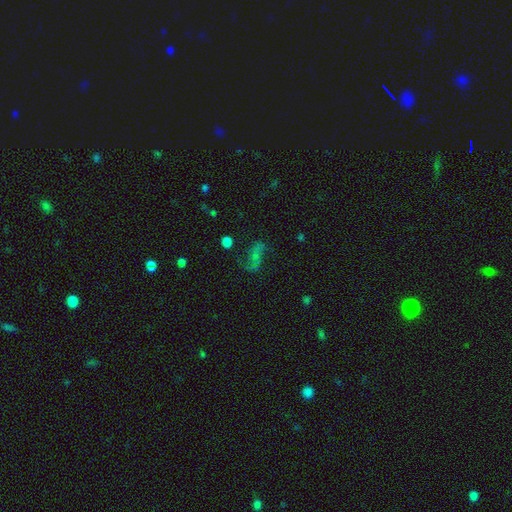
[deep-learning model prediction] smooth-or-featured: featured or disk: 48% | smooth: 32% | star or artifact: 20%
  merging: none: 54% | major disturbance: 23% | minor disturbance: 19% | merger: 4%